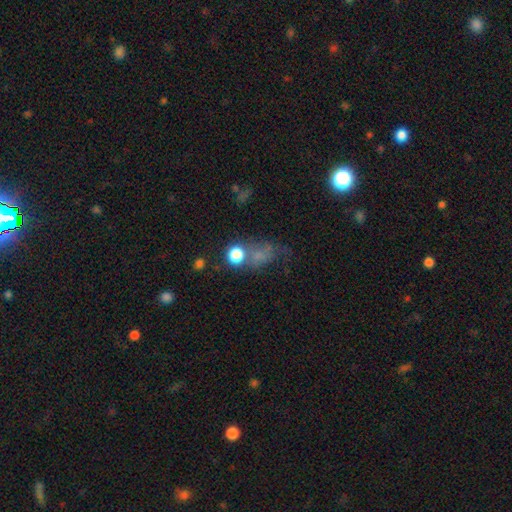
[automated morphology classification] Smooth or featured?
  - smooth: 51% *
  - star or artifact: 31%
  - featured or disk: 18%
How rounded?
  - round: 50% *
  - in between: 46%
  - cigar-shaped: 4%
Merging?
  - none: 44% *
  - major disturbance: 22%
  - minor disturbance: 19%
  - merger: 15%